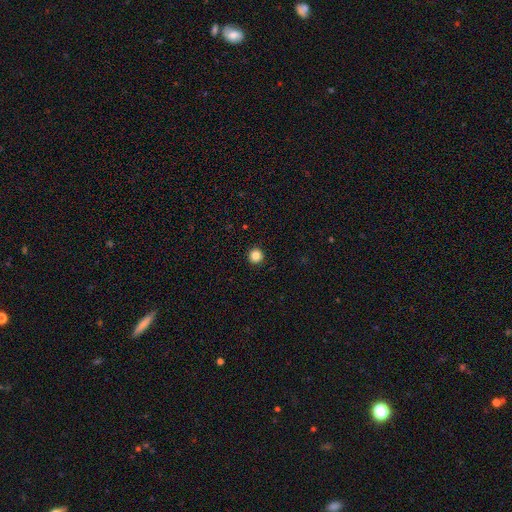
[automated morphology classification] A smooth galaxy with no disk features (85%) that is round (96%).

Vote fractions:
- Smooth or featured? smooth: 85% / star or artifact: 11% / featured or disk: 4%
- How rounded? round: 96% / in between: 3% / cigar-shaped: 1%
- Merging? none: 94% / minor disturbance: 4% / major disturbance: 1% / merger: 1%